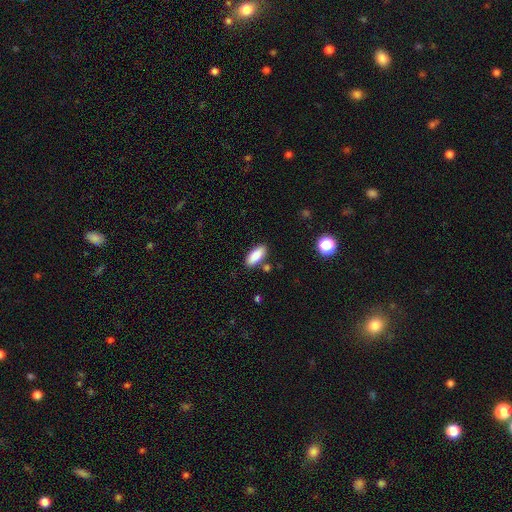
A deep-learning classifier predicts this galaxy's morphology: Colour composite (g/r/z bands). It shows a smooth galaxy with no disk features (85%) that is in between round and cigar-shaped (80%). Merging: none (84%).